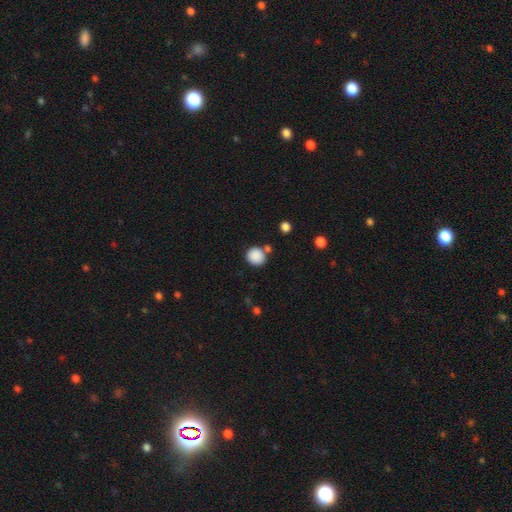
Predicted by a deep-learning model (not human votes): Morphology: type=smooth (87%); roundness=round (89%); merging=none (76%).